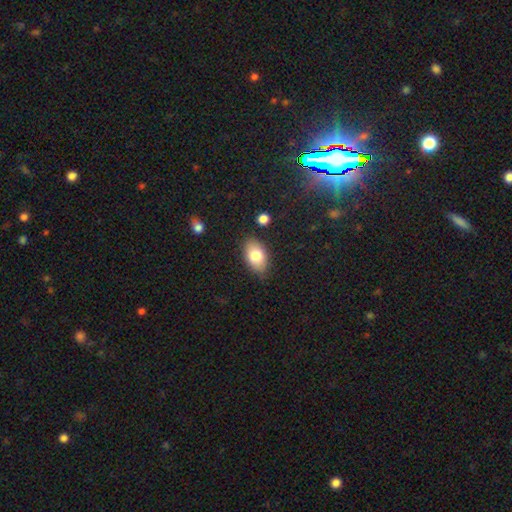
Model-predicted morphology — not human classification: This appears to be a smooth galaxy with no disk features (79%) that is in between round and cigar-shaped (91%). Merging: none (82%).